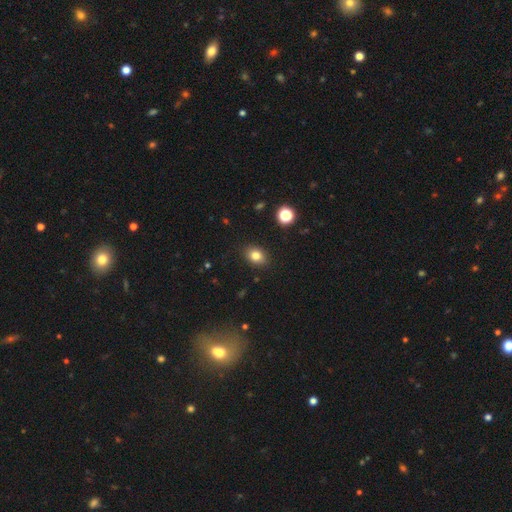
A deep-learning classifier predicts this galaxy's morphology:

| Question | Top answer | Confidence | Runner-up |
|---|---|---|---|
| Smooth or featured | smooth | 81% | star or artifact (11%) |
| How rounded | in between | 64% | round (34%) |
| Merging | none | 87% | minor disturbance (9%) |